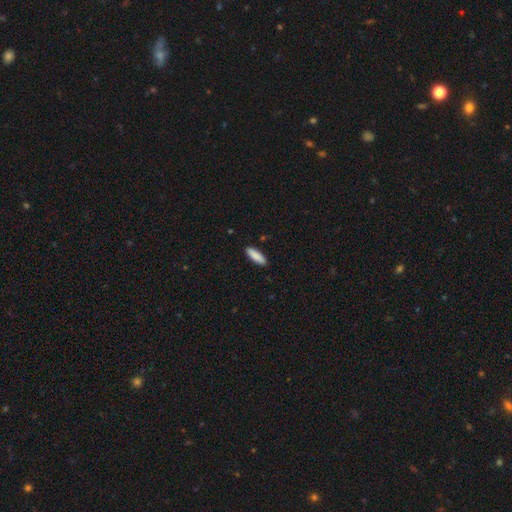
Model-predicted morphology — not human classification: The model was most divided on "how rounded": cigar-shaped: 54%, in between: 45%, round: 1%. More confident: merging — none (89%); smooth or featured — smooth (89%).